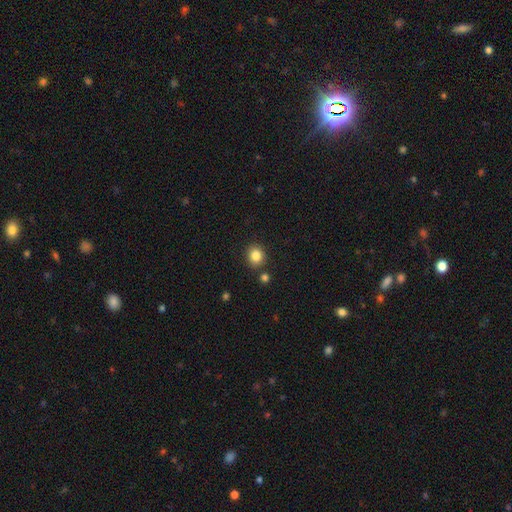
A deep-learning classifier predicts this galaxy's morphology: Smooth or featured?
  - smooth: 84% *
  - star or artifact: 11%
  - featured or disk: 6%
How rounded?
  - round: 76% *
  - in between: 23%
  - cigar-shaped: 1%
Merging?
  - none: 84% *
  - minor disturbance: 8%
  - merger: 6%
  - major disturbance: 2%